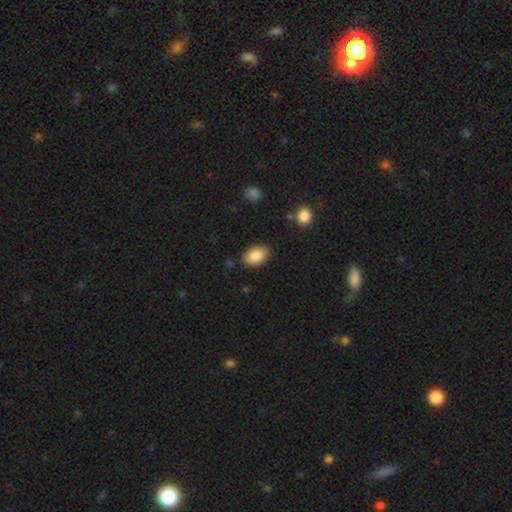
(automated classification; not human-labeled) This is clearly a smooth galaxy (87%). How rounded: clearly in between (89%). Merging: clearly none (84%).